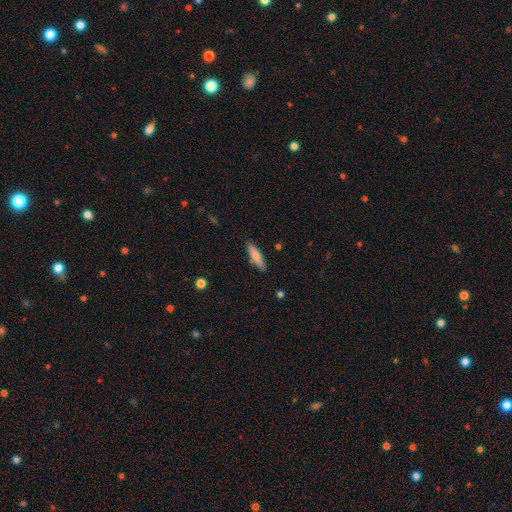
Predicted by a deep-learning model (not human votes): smooth_or_featured: smooth (p=0.76) [alt: featured or disk p=0.18]
how_rounded: cigar-shaped (p=0.78) [alt: in between p=0.21]
merging: none (p=0.86) [alt: minor disturbance p=0.10]